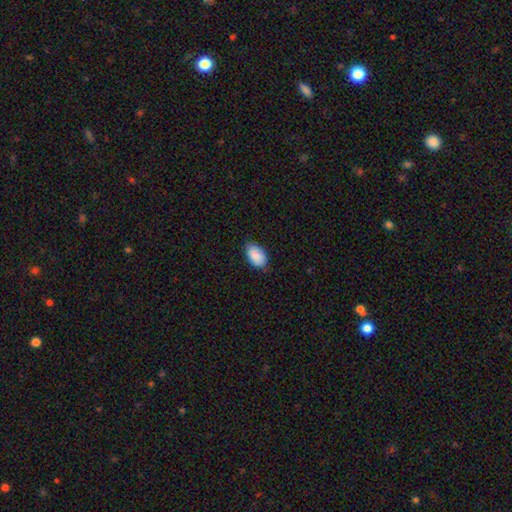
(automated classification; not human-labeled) Morphology: type=smooth (88%); roundness=in between (94%); merging=none (81%).